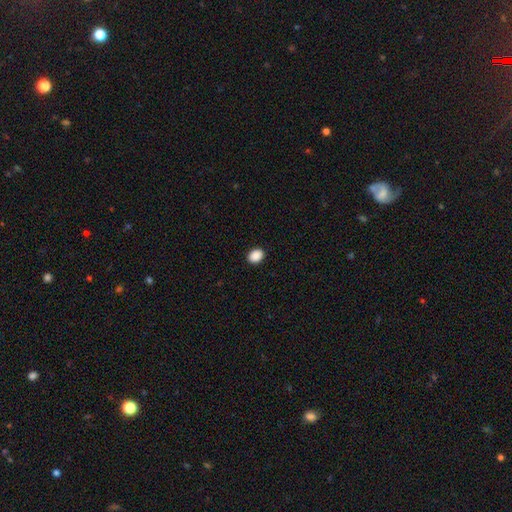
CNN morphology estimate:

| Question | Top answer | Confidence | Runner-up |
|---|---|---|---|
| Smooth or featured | smooth | 90% | star or artifact (8%) |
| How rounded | in between | 63% | round (36%) |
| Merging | none | 91% | minor disturbance (6%) |